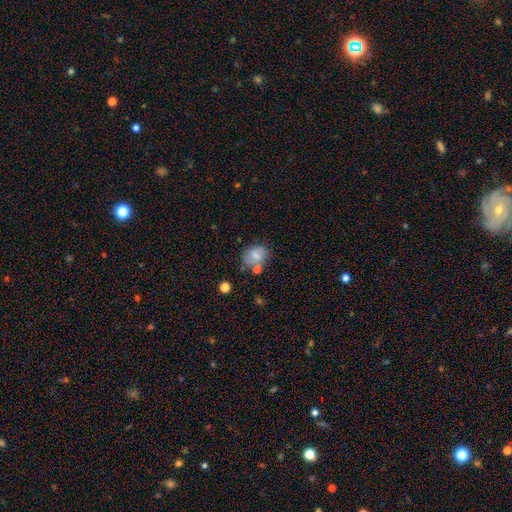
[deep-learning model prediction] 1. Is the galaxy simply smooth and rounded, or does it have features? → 72% smooth, 19% featured or disk, 10% star or artifact.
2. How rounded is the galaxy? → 51% in between, 48% round, 1% cigar-shaped.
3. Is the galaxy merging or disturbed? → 54% none, 24% minor disturbance, 14% merger, 9% major disturbance.